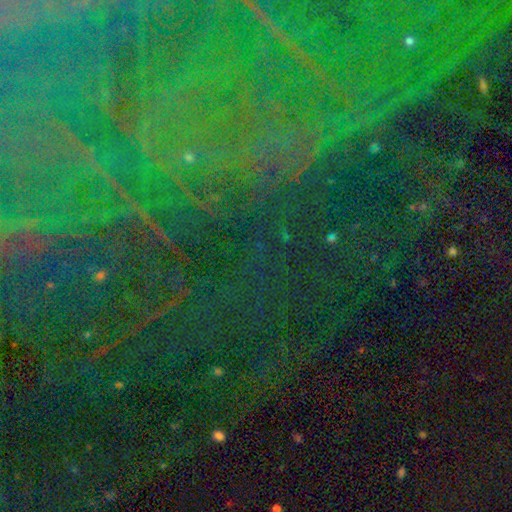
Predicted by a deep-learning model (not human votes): Smooth or featured?
  - star or artifact: 80% *
  - featured or disk: 12%
  - smooth: 8%